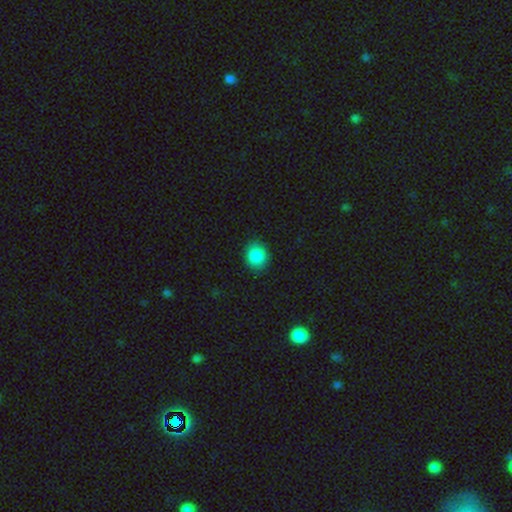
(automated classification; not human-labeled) This appears to be a smooth galaxy with no disk features (87%) that is round (65%). Merging: none (88%).